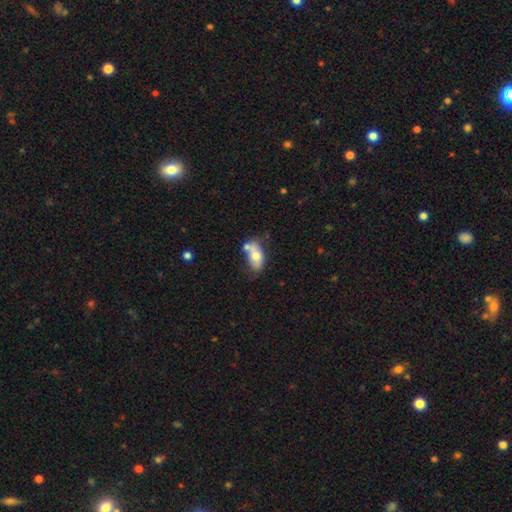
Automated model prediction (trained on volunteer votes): Smooth or featured? smooth (67%)
How rounded? in between (89%)
Merging? none (41%)